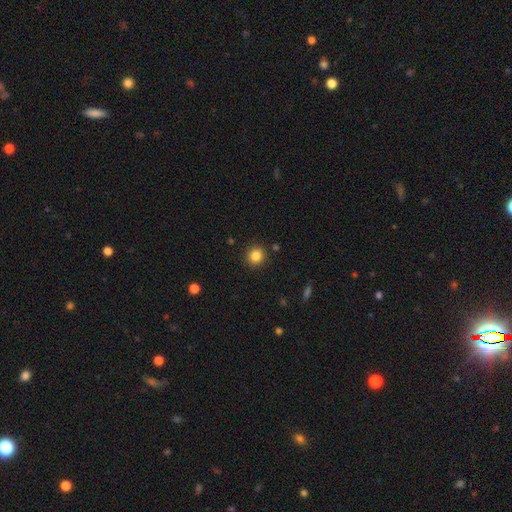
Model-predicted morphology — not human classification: type=smooth (84%); roundness=round (89%); merging=none (90%).